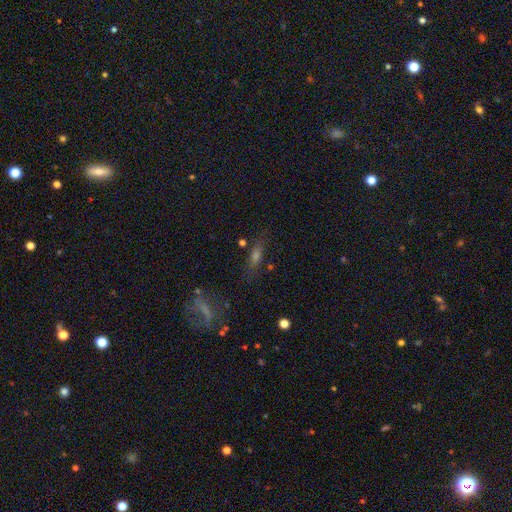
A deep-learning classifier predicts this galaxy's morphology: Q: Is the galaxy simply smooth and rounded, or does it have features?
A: smooth — 42%.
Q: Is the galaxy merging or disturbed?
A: none — 74%.